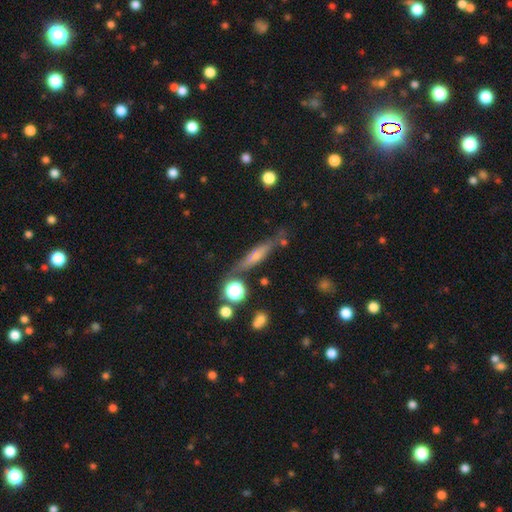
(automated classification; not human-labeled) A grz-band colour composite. It shows a smooth galaxy with no disk features (47%). Merging: none (73%).